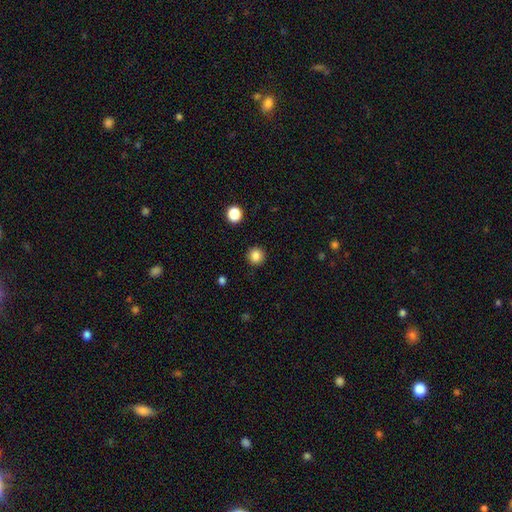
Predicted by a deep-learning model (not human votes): Smooth or featured?
  - smooth: 85% *
  - star or artifact: 11%
  - featured or disk: 4%
How rounded?
  - round: 93% *
  - in between: 6%
  - cigar-shaped: 1%
Merging?
  - none: 91% *
  - minor disturbance: 6%
  - major disturbance: 2%
  - merger: 1%